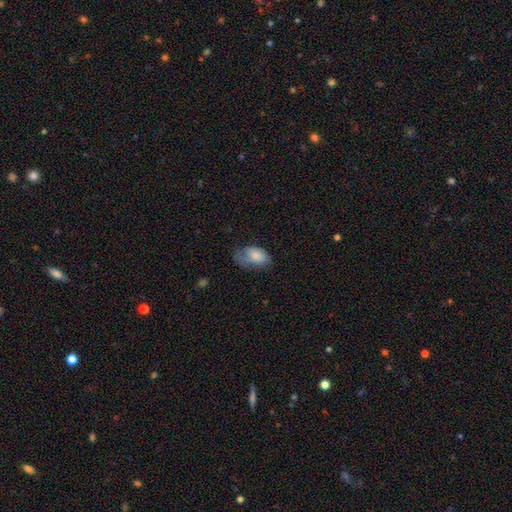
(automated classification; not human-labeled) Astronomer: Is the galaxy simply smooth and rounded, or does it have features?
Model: smooth — 74%.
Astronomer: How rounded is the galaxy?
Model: in between — 91%.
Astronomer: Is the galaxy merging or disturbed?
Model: minor disturbance — 36%, tied with none at 36%.